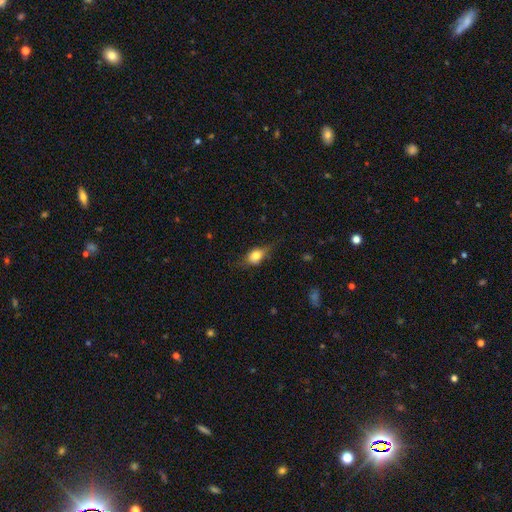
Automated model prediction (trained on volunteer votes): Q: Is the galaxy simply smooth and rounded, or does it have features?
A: smooth — 67%.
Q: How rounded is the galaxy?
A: in between — 68%.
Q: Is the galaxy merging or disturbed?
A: none — 61%.